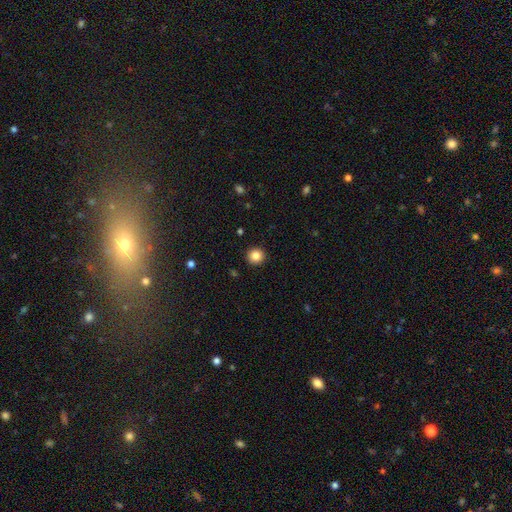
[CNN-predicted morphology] smooth 84%, star or artifact 11%, featured or disk 5%. Down the decision tree: how rounded — round (94%); merging — none (93%).